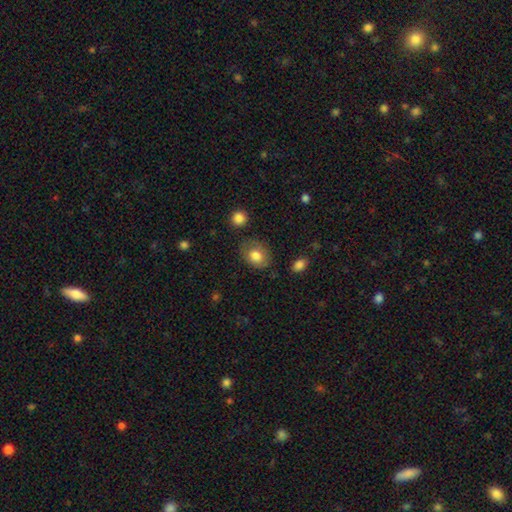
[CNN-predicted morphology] This is likely a smooth galaxy (79%). How rounded: possibly in between (57%). Merging: likely none (75%).